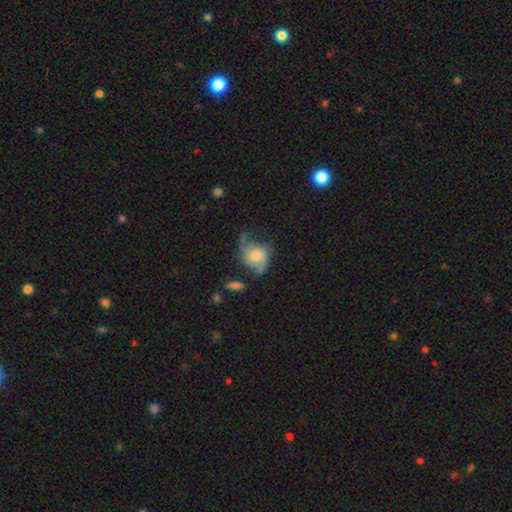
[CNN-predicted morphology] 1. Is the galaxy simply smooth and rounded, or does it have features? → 54% featured or disk, 38% smooth, 8% star or artifact.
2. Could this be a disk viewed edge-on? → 96% no, 4% yes.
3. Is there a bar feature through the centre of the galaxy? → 71% no, 25% weak, 4% strong.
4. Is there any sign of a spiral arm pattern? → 83% yes, 17% no.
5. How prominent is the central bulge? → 46% moderate, 30% small, 14% large, 8% none, 3% dominant.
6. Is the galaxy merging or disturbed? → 38% none, 29% major disturbance, 28% minor disturbance, 5% merger.